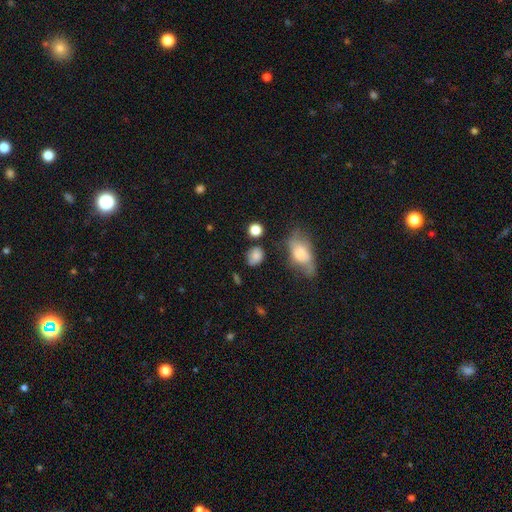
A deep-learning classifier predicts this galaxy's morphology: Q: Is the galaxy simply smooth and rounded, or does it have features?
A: smooth — 77%.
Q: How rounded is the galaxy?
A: round — 52%.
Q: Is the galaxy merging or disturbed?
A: none — 63%.